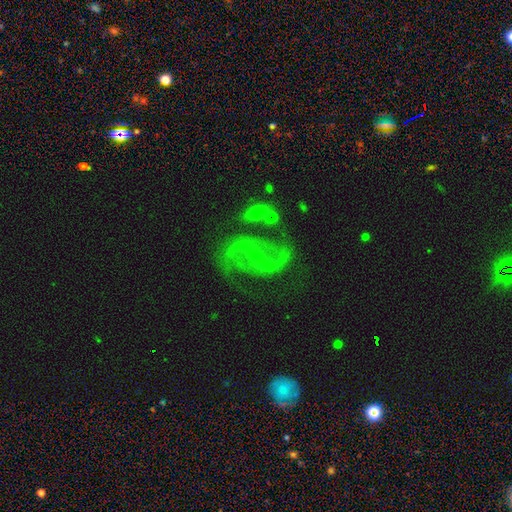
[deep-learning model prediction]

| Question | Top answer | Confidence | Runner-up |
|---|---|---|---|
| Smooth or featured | featured or disk | 83% | star or artifact (10%) |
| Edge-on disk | no | 96% | yes (4%) |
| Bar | strong | 47% | weak (36%) |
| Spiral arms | yes | 88% | no (12%) |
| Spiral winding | loose | 46% | medium (41%) |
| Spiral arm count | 2 | 87% | can't tell (6%) |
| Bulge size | small | 74% | moderate (12%) |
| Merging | none | 58% | minor disturbance (18%) |